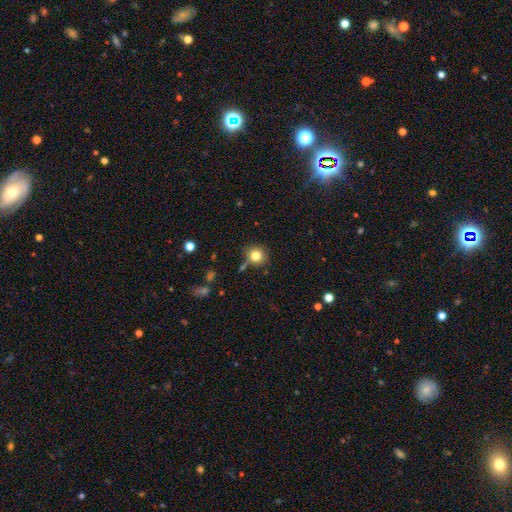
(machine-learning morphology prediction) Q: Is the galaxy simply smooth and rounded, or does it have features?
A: smooth — 81%.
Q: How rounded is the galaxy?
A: round — 87%.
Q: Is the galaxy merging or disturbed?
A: none — 77%.